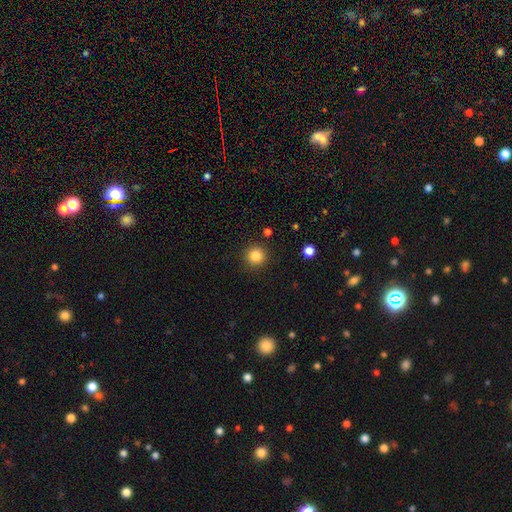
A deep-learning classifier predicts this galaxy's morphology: Smooth or featured: smooth — 85% (star or artifact — 11%)
How rounded: round — 95% (in between — 4%)
Merging: none — 90% (minor disturbance — 6%)